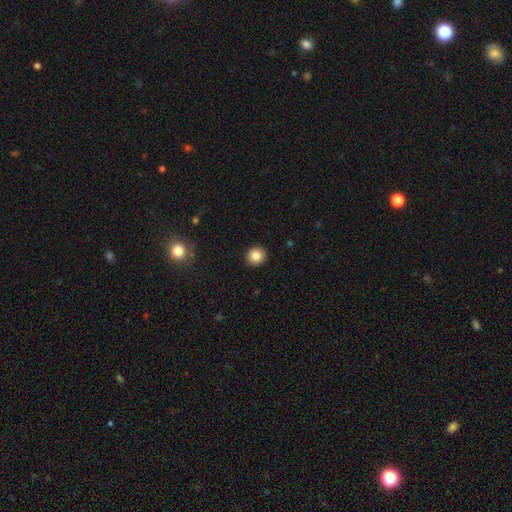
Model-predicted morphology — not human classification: Smooth or featured: smooth — 85% (star or artifact — 10%)
How rounded: round — 92% (in between — 7%)
Merging: none — 93% (minor disturbance — 5%)